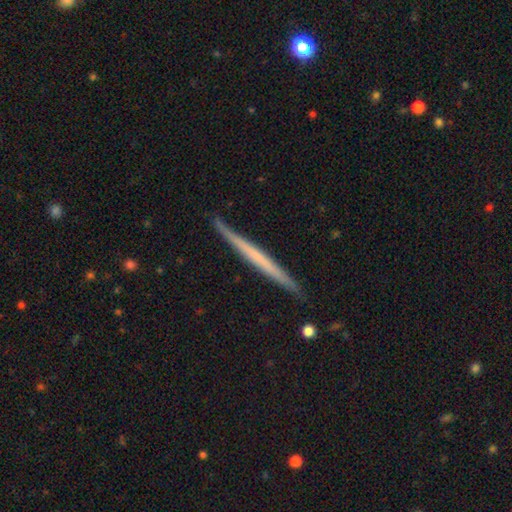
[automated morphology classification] smooth_or_featured: featured or disk (p=0.56) [alt: smooth p=0.39]
disk_edge_on: yes (p=0.98) [alt: no p=0.02]
edge_on_bulge: none (p=0.85) [alt: rounded p=0.09]
merging: none (p=0.89) [alt: minor disturbance p=0.08]